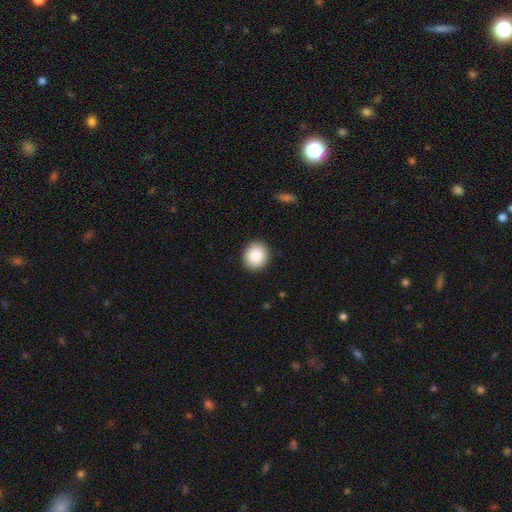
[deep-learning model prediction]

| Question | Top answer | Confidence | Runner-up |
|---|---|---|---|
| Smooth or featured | smooth | 87% | star or artifact (8%) |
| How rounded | round | 83% | in between (16%) |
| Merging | none | 92% | minor disturbance (6%) |